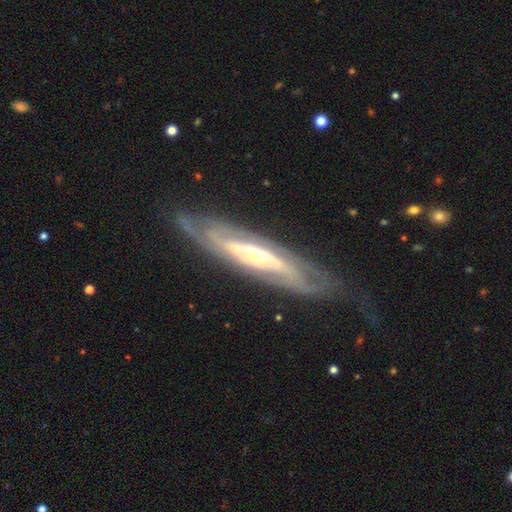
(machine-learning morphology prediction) Smooth or featured: featured or disk — 86% (smooth — 8%)
Edge-on disk: no — 70% (yes — 30%)
Bar: no — 53% (weak — 28%)
Spiral arms: yes — 92% (no — 8%)
Spiral winding: tight — 65% (medium — 27%)
Spiral arm count: can't tell — 44% (2 — 30%)
Bulge size: small — 48% (moderate — 46%)
Merging: none — 74% (minor disturbance — 17%)